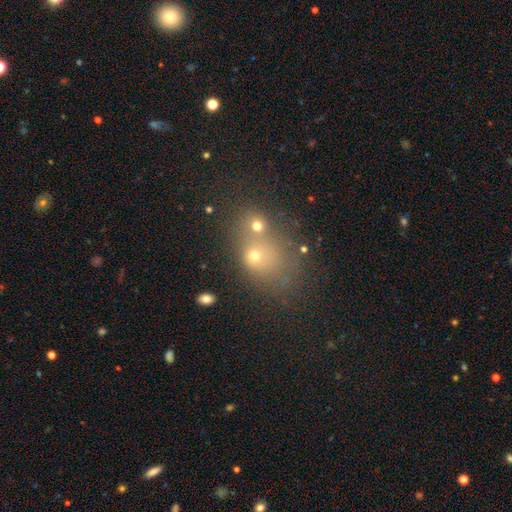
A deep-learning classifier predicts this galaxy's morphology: A smooth galaxy with no disk features (58%) that is round (56%).

Vote fractions:
- Smooth or featured? smooth: 58% / star or artifact: 24% / featured or disk: 18%
- How rounded? round: 56% / in between: 43% / cigar-shaped: 1%
- Merging? merger: 49% / none: 32% / minor disturbance: 11% / major disturbance: 9%